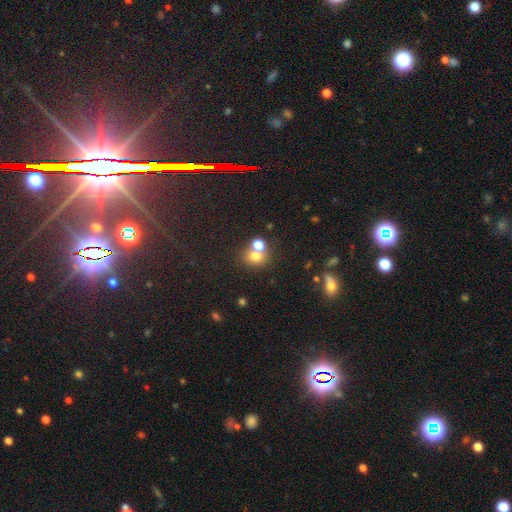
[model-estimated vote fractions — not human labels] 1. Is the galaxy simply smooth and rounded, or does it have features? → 72% smooth, 15% star or artifact, 13% featured or disk.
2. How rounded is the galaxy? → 69% round, 30% in between, 1% cigar-shaped.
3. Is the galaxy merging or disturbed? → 46% merger, 43% none, 8% minor disturbance, 4% major disturbance.